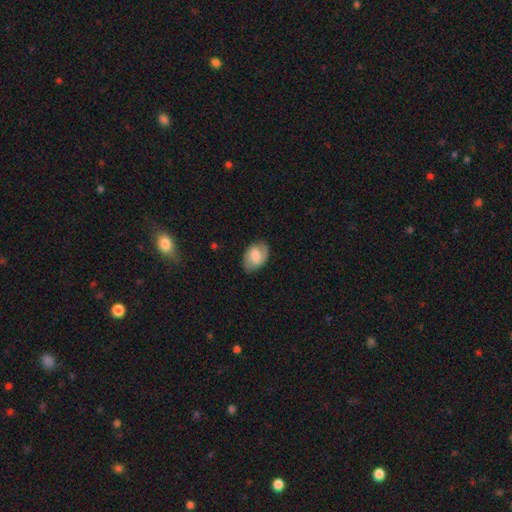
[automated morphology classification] smooth-or-featured: smooth: 47% | featured or disk: 46% | star or artifact: 7%
  merging: none: 79% | minor disturbance: 16% | major disturbance: 4% | merger: 1%